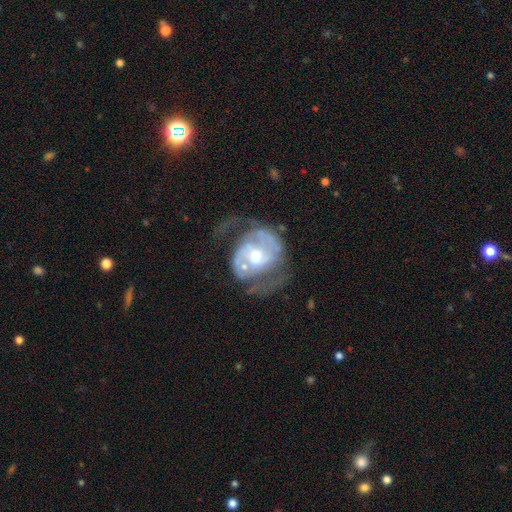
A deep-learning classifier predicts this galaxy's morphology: The model was most divided on "merging": none: 45%, major disturbance: 29%, minor disturbance: 20%, merger: 6%. Remaining: edge-on disk — no (98%); spiral arms — yes (90%); smooth or featured — featured or disk (84%); spiral arm count — 2 (79%); bulge size — moderate (59%); bar — no (55%); spiral winding — medium (48%).